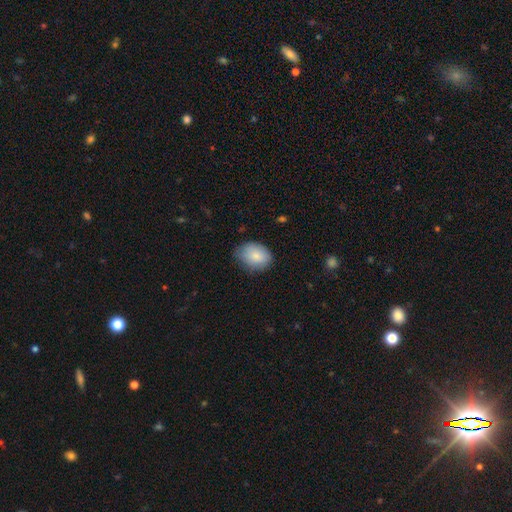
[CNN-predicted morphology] The model was most divided on "merging": none: 69%, minor disturbance: 25%, major disturbance: 4%, merger: 1%. More confident: smooth or featured — smooth (84%); how rounded — in between (74%).